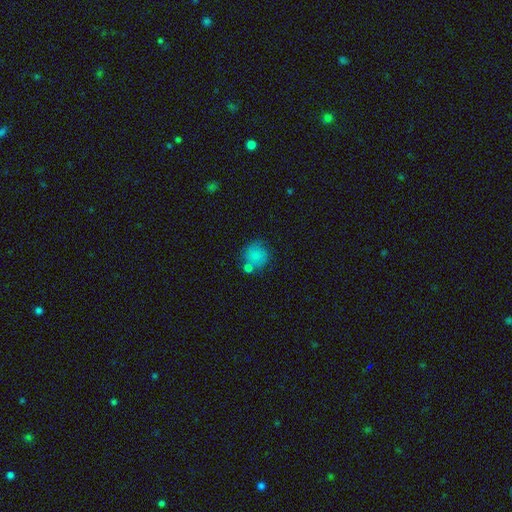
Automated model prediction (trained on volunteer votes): This is clearly a smooth galaxy (82%). How rounded: clearly round (88%). Merging: likely none (62%).